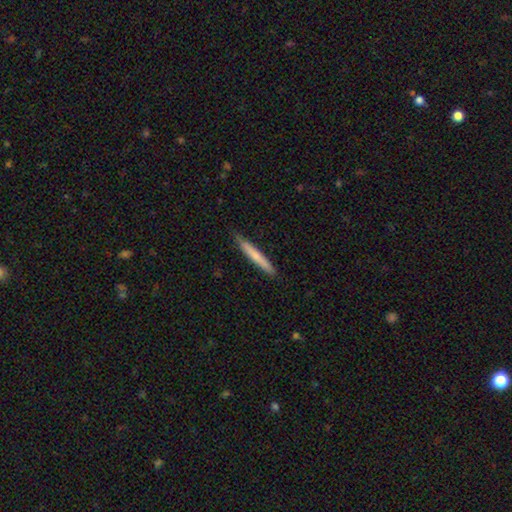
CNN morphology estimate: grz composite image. It shows a smooth galaxy with no disk features (68%) that is cigar-shaped (96%). Merging: none (86%).